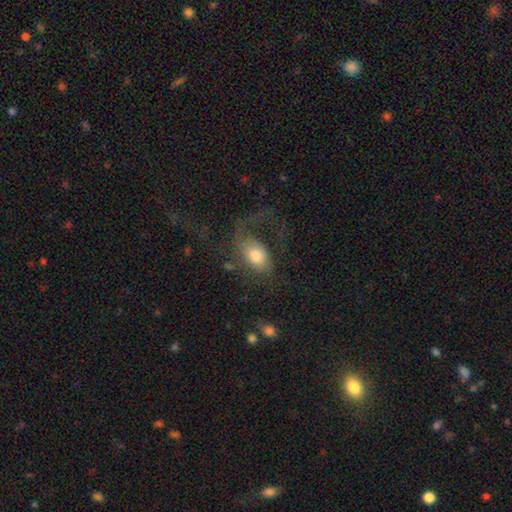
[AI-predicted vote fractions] Smooth or featured? smooth (49%)
Merging? major disturbance (48%)